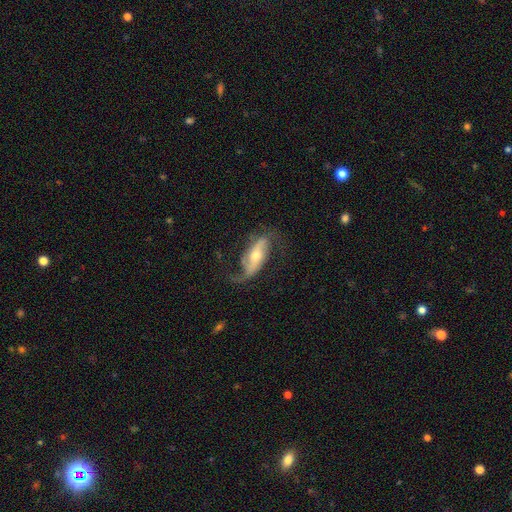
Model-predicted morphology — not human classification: smooth_or_featured: featured or disk (p=0.82) [alt: smooth p=0.12]
disk_edge_on: no (p=0.89) [alt: yes p=0.11]
bar: strong (p=0.40) [alt: no p=0.30]
has_spiral_arms: yes (p=0.93) [alt: no p=0.07]
spiral_winding: loose (p=0.68) [alt: medium p=0.24]
spiral_arm_count: 2 (p=0.85) [alt: 1 p=0.08]
bulge_size: moderate (p=0.61) [alt: small p=0.32]
merging: none (p=0.63) [alt: minor disturbance p=0.19]